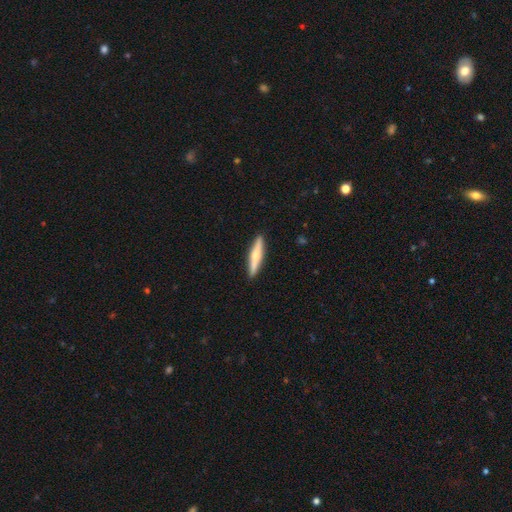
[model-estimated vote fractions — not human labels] Smooth or featured? featured or disk (51%)
Edge-on disk? yes (96%)
Merging? none (91%)